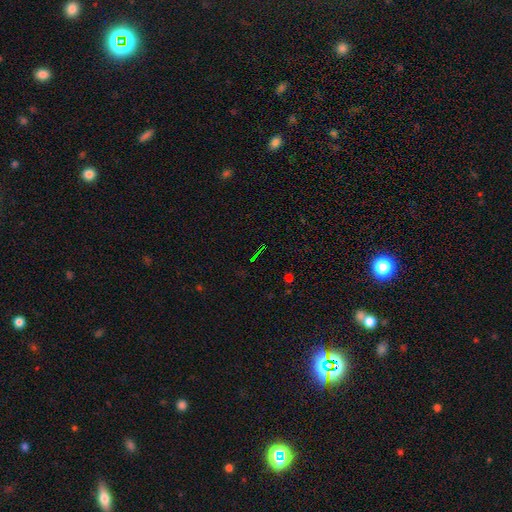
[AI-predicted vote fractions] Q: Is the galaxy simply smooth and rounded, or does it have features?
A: star or artifact — 71%.